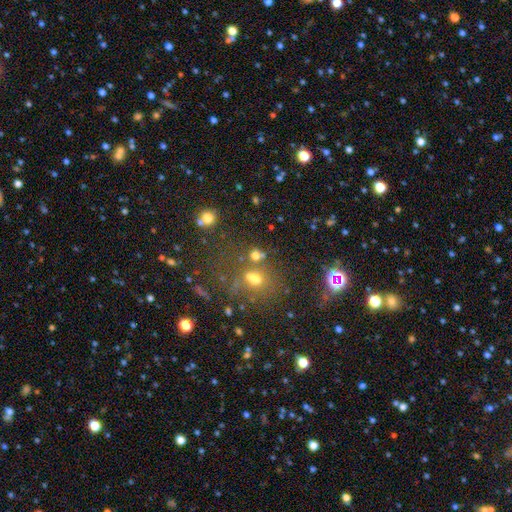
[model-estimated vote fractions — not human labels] This is likely a smooth galaxy (60%). How rounded: likely round (64%). Merging: possibly none (51%).